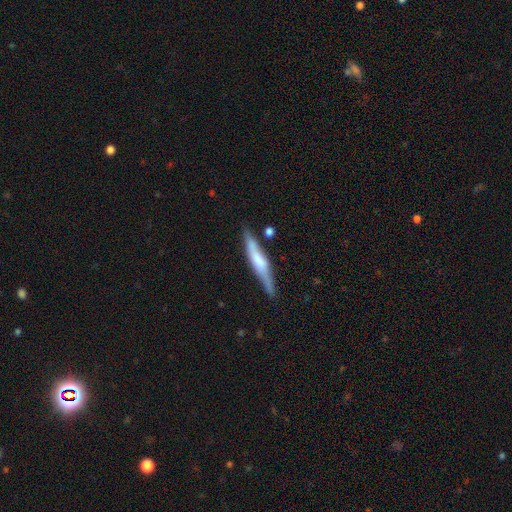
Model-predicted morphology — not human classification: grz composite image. It shows a featured or disk galaxy (57%) viewed edge-on (93%) with a rounded central bulge (48%). Merging: none (79%).